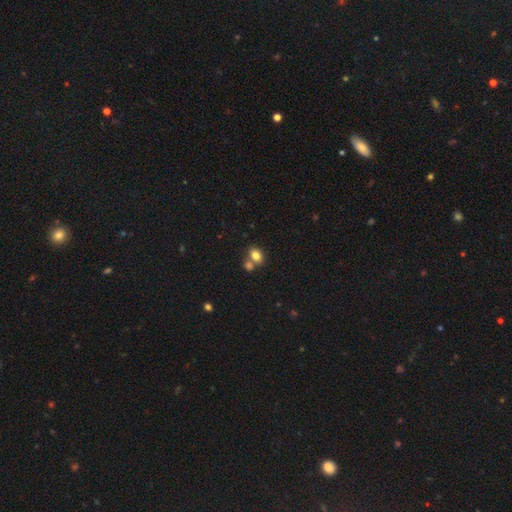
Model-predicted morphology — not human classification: Q: Smooth or featured?
A: smooth (81%); runner-up: star or artifact (10%)
Q: How rounded?
A: in between (71%); runner-up: round (28%)
Q: Merging?
A: none (49%); runner-up: merger (37%)